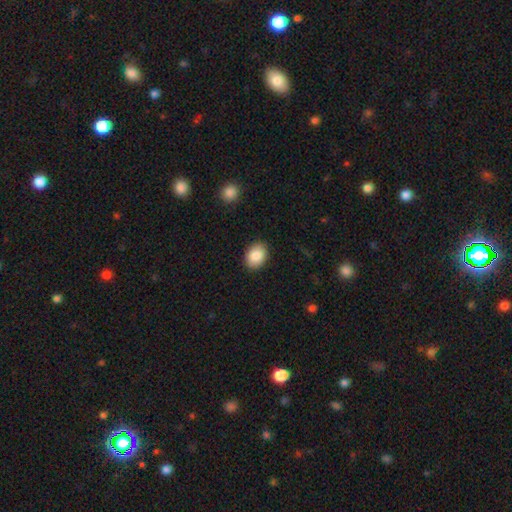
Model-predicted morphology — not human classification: Smooth or featured? smooth (87%)
How rounded? in between (70%)
Merging? none (89%)